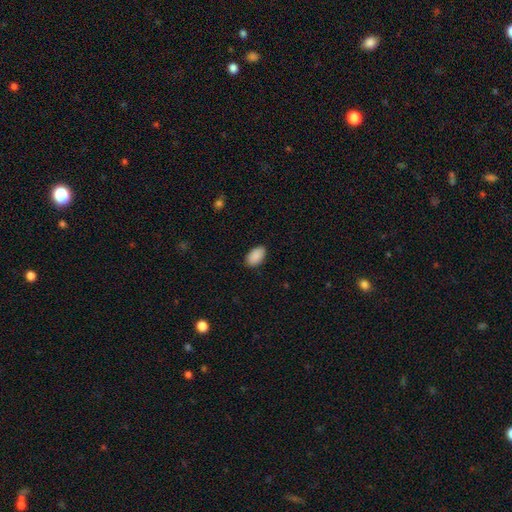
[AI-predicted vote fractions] This appears to be a smooth galaxy with no disk features (91%) that is in between round and cigar-shaped (94%). Merging: none (87%).